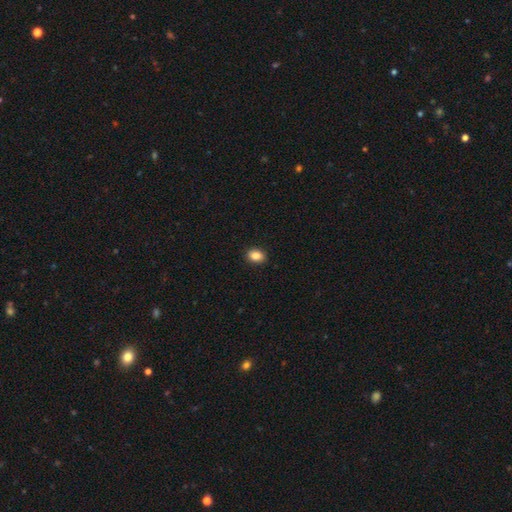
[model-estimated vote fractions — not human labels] Smooth or featured?
  - smooth: 87% *
  - star or artifact: 9%
  - featured or disk: 4%
How rounded?
  - in between: 71% *
  - round: 28%
  - cigar-shaped: 1%
Merging?
  - none: 91% *
  - minor disturbance: 7%
  - major disturbance: 2%
  - merger: 1%